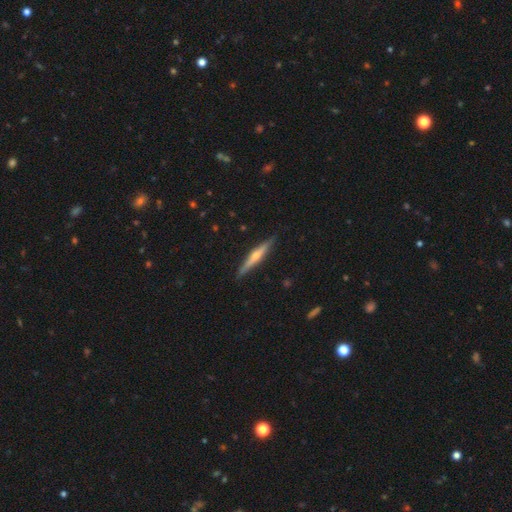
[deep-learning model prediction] Smooth or featured?
  - featured or disk: 66% *
  - smooth: 28%
  - star or artifact: 6%
Edge-on disk?
  - yes: 97% *
  - no: 3%
Edge-on bulge?
  - rounded: 83% *
  - none: 12%
  - boxy: 5%
Merging?
  - none: 89% *
  - minor disturbance: 8%
  - major disturbance: 1%
  - merger: 1%